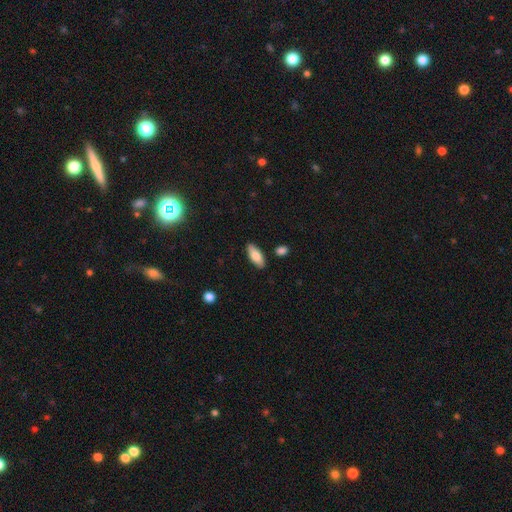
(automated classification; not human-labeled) A smooth galaxy with no disk features (82%) that is in between round and cigar-shaped (80%).

Vote fractions:
- Smooth or featured? smooth: 82% / featured or disk: 12% / star or artifact: 6%
- How rounded? in between: 80% / cigar-shaped: 18% / round: 2%
- Merging? none: 86% / minor disturbance: 10% / merger: 2% / major disturbance: 2%